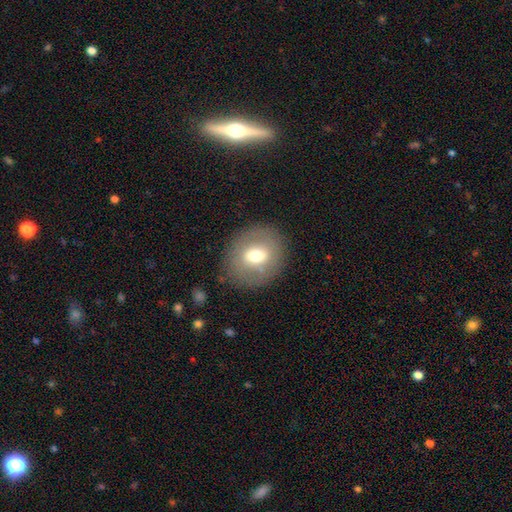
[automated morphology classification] type=smooth (58%); roundness=round (66%); merging=none (83%).